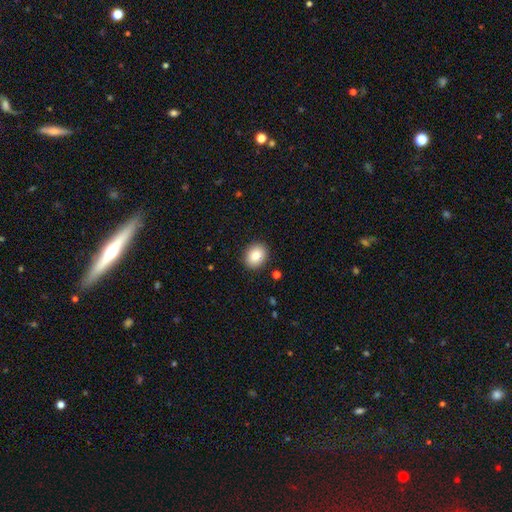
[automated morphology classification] smooth_or_featured: smooth (p=0.84) [alt: star or artifact p=0.08]
how_rounded: round (p=0.51) [alt: in between p=0.48]
merging: none (p=0.90) [alt: minor disturbance p=0.07]